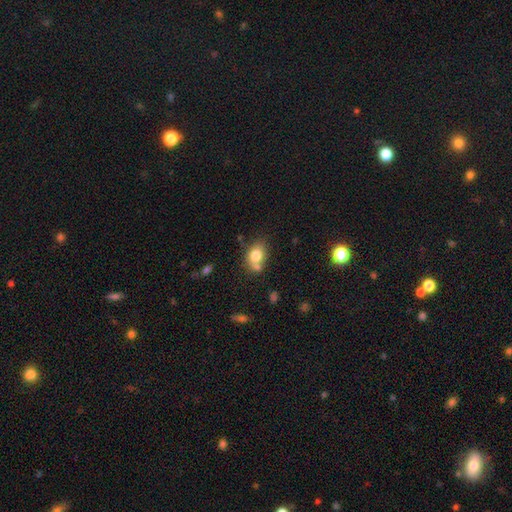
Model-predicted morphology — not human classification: smooth_or_featured: smooth (p=0.77) [alt: featured or disk p=0.13]
how_rounded: in between (p=0.60) [alt: round p=0.39]
merging: none (p=0.52) [alt: merger p=0.26]